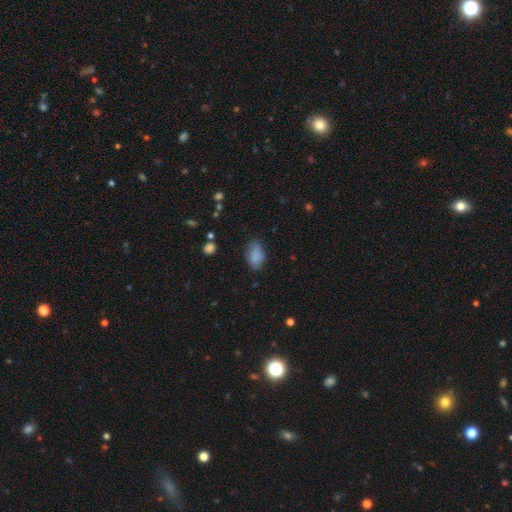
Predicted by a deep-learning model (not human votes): This appears to be a smooth galaxy with no disk features (85%) that is in between round and cigar-shaped (91%). Merging: none (68%).